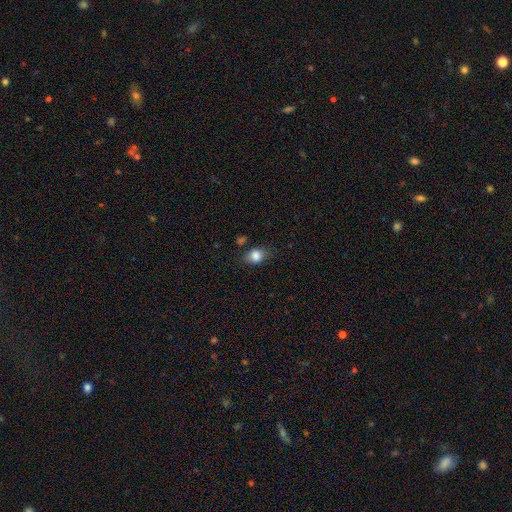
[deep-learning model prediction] smooth-or-featured: smooth: 82% | star or artifact: 10% | featured or disk: 8%
  how-rounded: in between: 61% | round: 37% | cigar-shaped: 2%
  merging: none: 72% | minor disturbance: 19% | major disturbance: 5% | merger: 4%